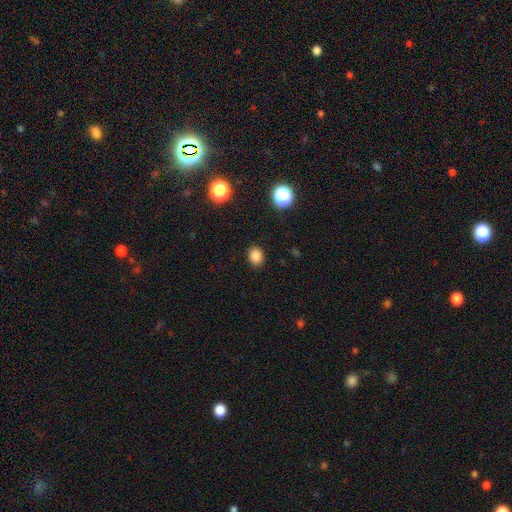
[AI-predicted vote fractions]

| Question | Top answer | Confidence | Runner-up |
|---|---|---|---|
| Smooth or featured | smooth | 84% | star or artifact (12%) |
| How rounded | in between | 53% | round (46%) |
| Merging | none | 89% | minor disturbance (8%) |